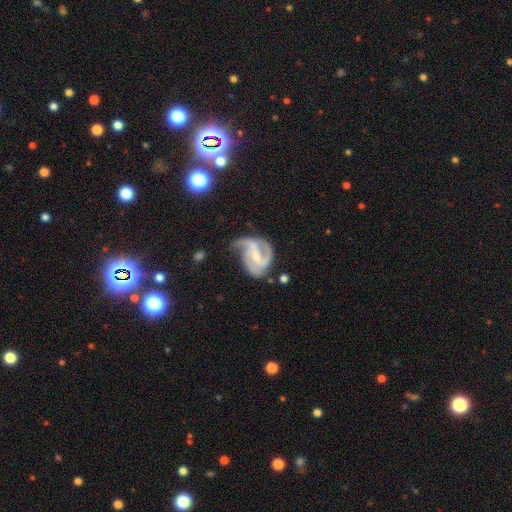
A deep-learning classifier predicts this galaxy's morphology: A featured or disk galaxy (86%) with a weak bar (48%), 2 (44%) medium (49%) spiral arms (94%) and a small central bulge (54%). Merging: none (37%).